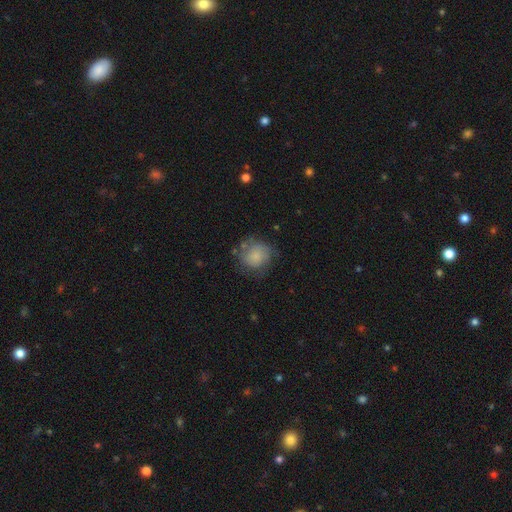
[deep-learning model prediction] Smooth or featured? smooth (71%)
How rounded? round (84%)
Merging? none (61%)